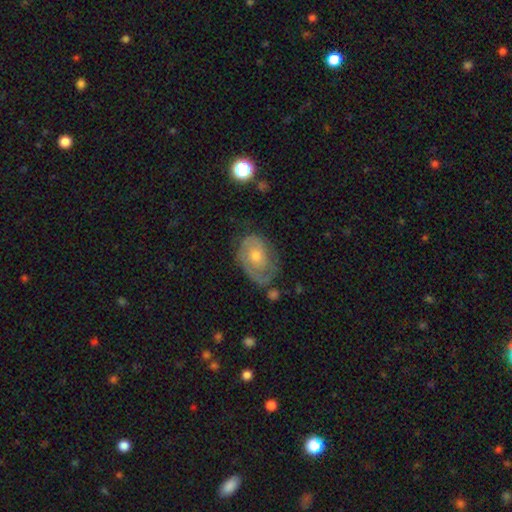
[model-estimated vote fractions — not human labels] A featured or disk galaxy (71%) with no bar (78%), 2 (44%) tight (56%) spiral arms (84%) and a moderate central bulge (53%).

Vote fractions:
- Smooth or featured? featured or disk: 71% / smooth: 23% / star or artifact: 7%
- Edge-on disk? no: 96% / yes: 4%
- Bar? no: 78% / weak: 19% / strong: 3%
- Spiral arms? yes: 84% / no: 16%
- Spiral winding? tight: 56% / medium: 32% / loose: 12%
- Spiral arm count? 2: 44% / 1: 26% / can't tell: 23% / 3: 4% / 4: 2% / more than 4: 2%
- Bulge size? moderate: 53% / small: 41% / large: 3% / none: 2% / dominant: 1%
- Merging? none: 58% / minor disturbance: 26% / major disturbance: 14% / merger: 3%